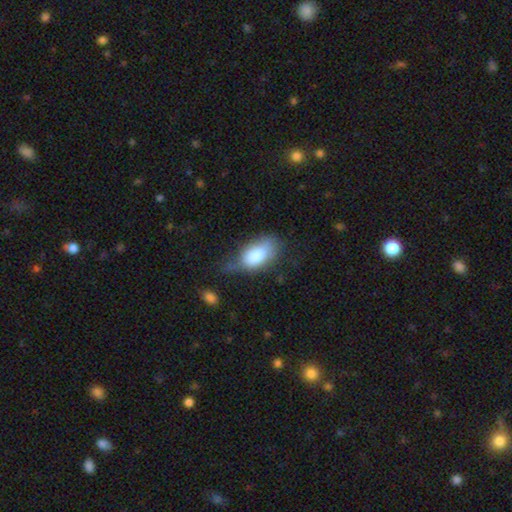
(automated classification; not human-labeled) smooth 79%, featured or disk 14%, star or artifact 7%. Down the decision tree: how rounded — in between (92%); merging — minor disturbance (38%).